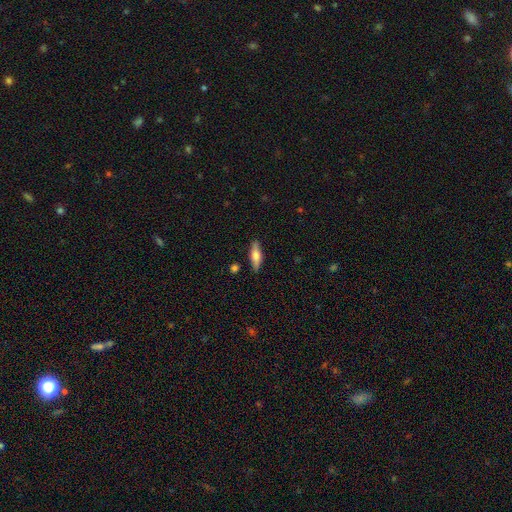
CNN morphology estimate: A smooth galaxy with no disk features (54%) that is cigar-shaped (49%). Merging: none (85%).